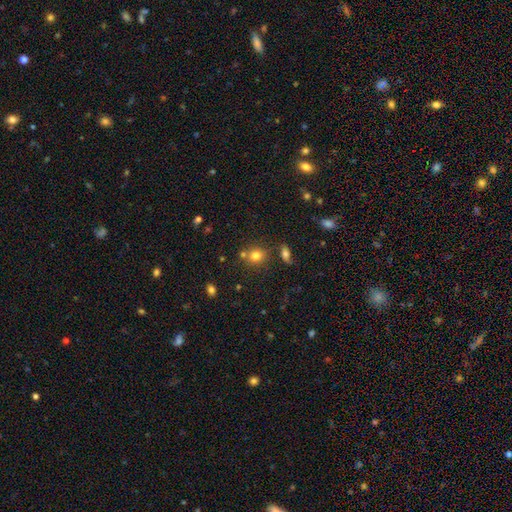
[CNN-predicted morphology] This is likely a smooth galaxy (75%). How rounded: likely round (74%). Merging: likely none (67%).